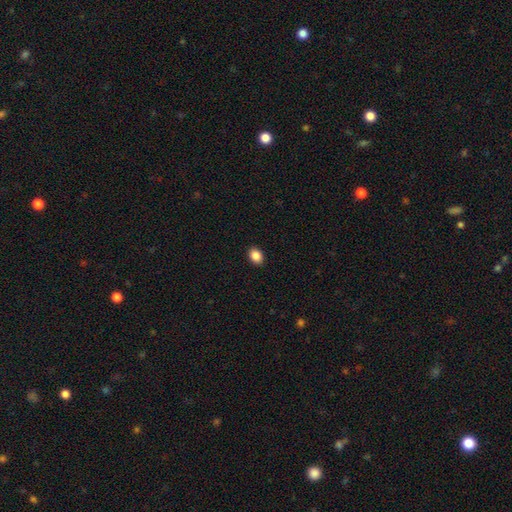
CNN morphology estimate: Smooth or featured? smooth (88%)
How rounded? in between (65%)
Merging? none (91%)